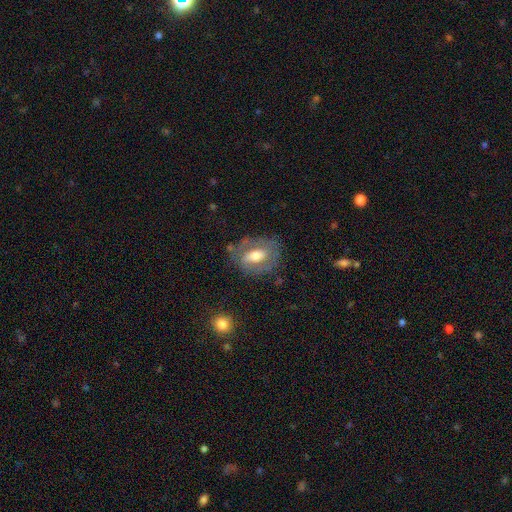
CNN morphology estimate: smooth-or-featured: featured or disk: 54% | smooth: 38% | star or artifact: 8%
  disk-edge-on: no: 92% | yes: 8%
  merging: none: 64% | minor disturbance: 21% | major disturbance: 12% | merger: 3%